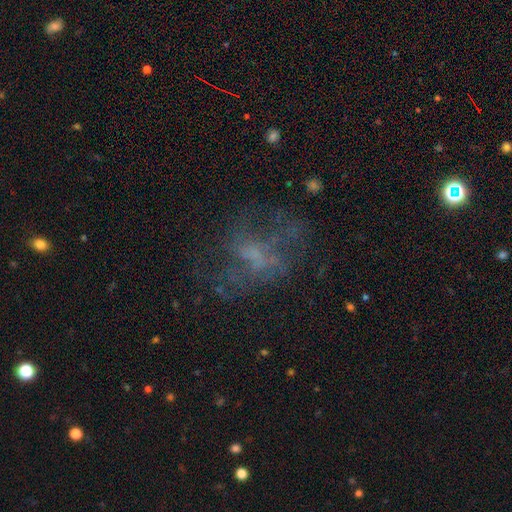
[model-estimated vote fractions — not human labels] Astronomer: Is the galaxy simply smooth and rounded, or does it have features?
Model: featured or disk — 51%.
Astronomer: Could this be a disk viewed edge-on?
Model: no — 97%.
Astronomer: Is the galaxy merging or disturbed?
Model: none — 48% (runner-up: major disturbance, 33%).